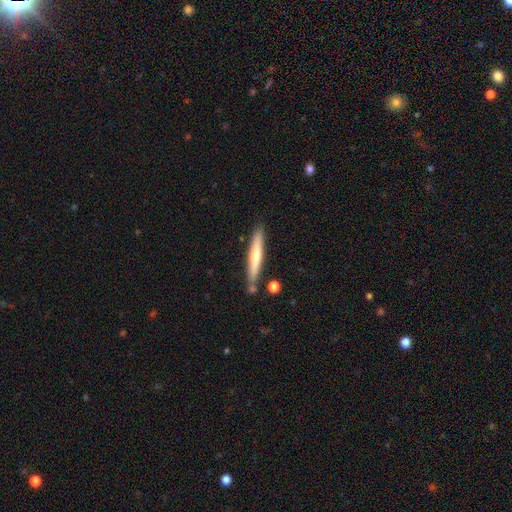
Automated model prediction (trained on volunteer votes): A smooth galaxy with no disk features (53%) that is cigar-shaped (94%). Merging: none (81%).